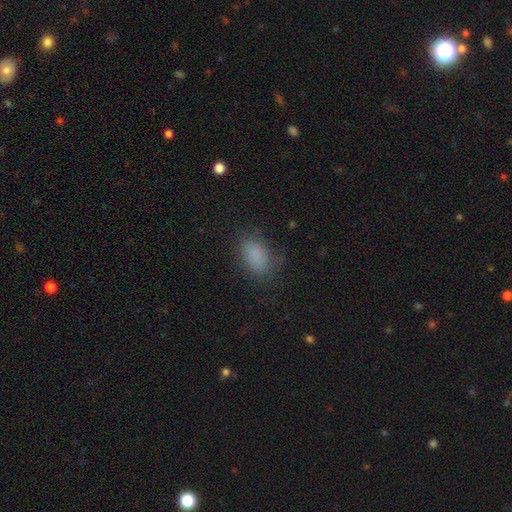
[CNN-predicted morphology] smooth-or-featured: smooth: 83% | star or artifact: 11% | featured or disk: 5%
  how-rounded: in between: 88% | round: 11% | cigar-shaped: 2%
  merging: none: 75% | minor disturbance: 16% | major disturbance: 7% | merger: 1%